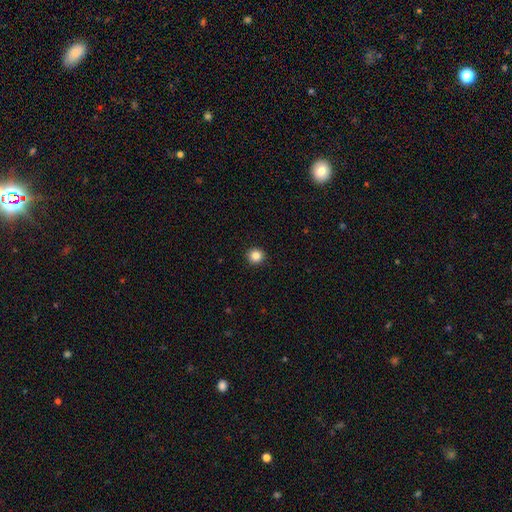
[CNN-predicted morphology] smooth-or-featured: smooth: 85% | star or artifact: 11% | featured or disk: 4%
  how-rounded: round: 94% | in between: 5% | cigar-shaped: 1%
  merging: none: 93% | minor disturbance: 5% | major disturbance: 2% | merger: 1%